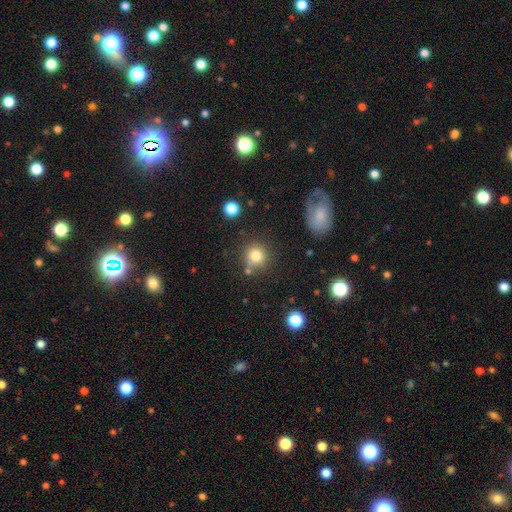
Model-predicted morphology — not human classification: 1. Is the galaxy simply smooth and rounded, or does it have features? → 80% smooth, 13% star or artifact, 8% featured or disk.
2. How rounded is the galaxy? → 90% round, 9% in between, 1% cigar-shaped.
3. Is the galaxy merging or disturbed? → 75% none, 12% minor disturbance, 9% merger, 4% major disturbance.